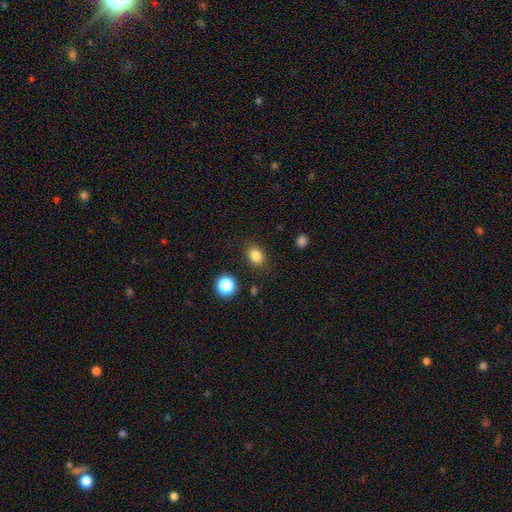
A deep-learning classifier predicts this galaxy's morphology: The model was most divided on "how rounded": in between: 56%, round: 43%, cigar-shaped: 1%. More confident: merging — none (85%); smooth or featured — smooth (83%).